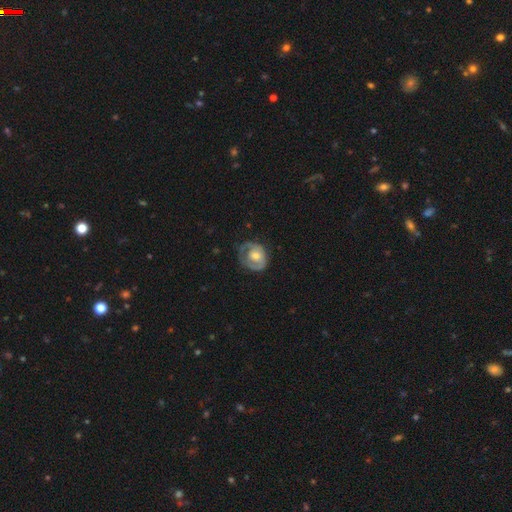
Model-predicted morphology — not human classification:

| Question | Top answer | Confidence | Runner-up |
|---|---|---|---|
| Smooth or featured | featured or disk | 55% | smooth (39%) |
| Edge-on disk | no | 96% | yes (4%) |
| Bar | no | 76% | weak (20%) |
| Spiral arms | yes | 52% | no (48%) |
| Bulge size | moderate | 62% | small (21%) |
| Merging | none | 53% | minor disturbance (26%) |